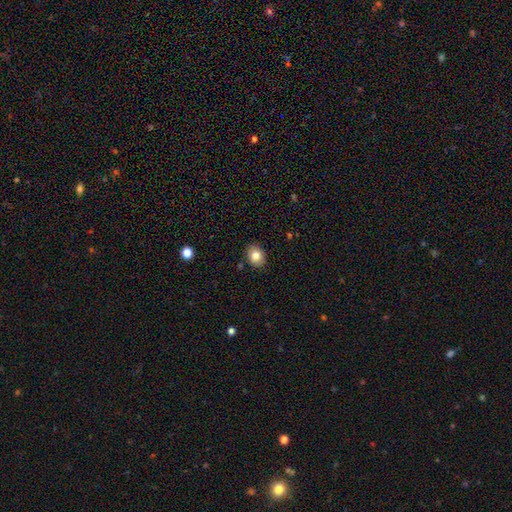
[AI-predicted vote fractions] This appears to be a smooth galaxy with no disk features (82%) that is round (53%). Merging: none (87%).